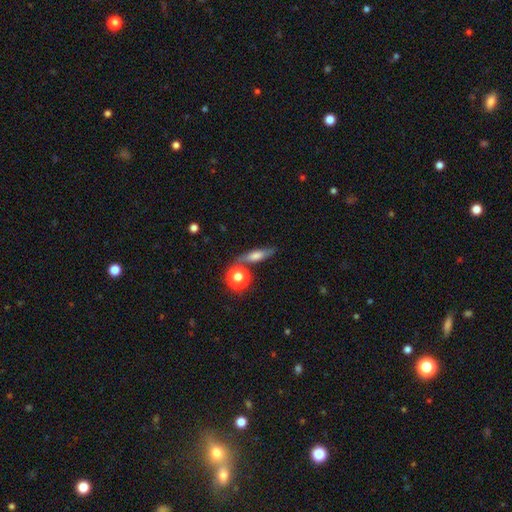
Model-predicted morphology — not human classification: Overall: smooth (56%; featured or disk 33%). How rounded: cigar-shaped (51%; in between 33%). Merging: none (69%).